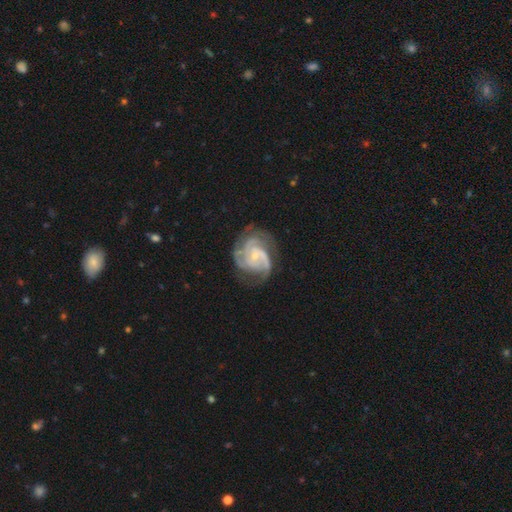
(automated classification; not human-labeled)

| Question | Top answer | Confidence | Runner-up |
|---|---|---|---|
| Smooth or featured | featured or disk | 89% | smooth (6%) |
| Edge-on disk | no | 98% | yes (2%) |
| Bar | no | 61% | weak (32%) |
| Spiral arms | yes | 97% | no (3%) |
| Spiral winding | tight | 47% | medium (43%) |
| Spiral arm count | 3 | 36% | 2 (28%) |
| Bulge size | small | 70% | moderate (25%) |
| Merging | none | 63% | minor disturbance (21%) |